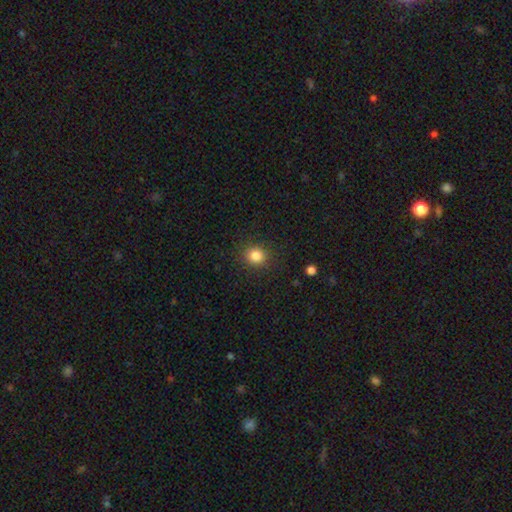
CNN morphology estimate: type=smooth (84%); roundness=round (84%); merging=none (89%).